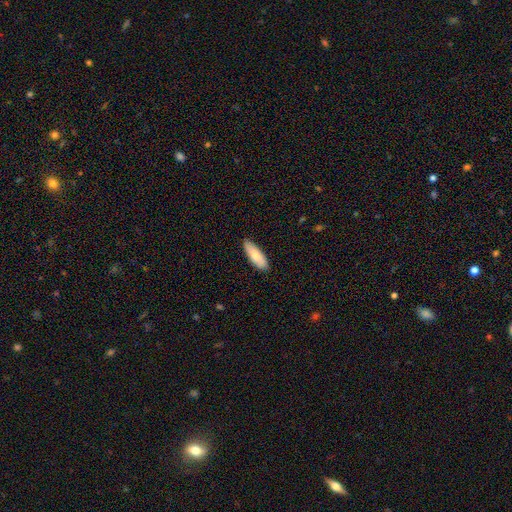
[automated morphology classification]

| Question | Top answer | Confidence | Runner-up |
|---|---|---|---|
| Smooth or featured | smooth | 80% | featured or disk (15%) |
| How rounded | in between | 59% | cigar-shaped (39%) |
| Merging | none | 84% | minor disturbance (13%) |